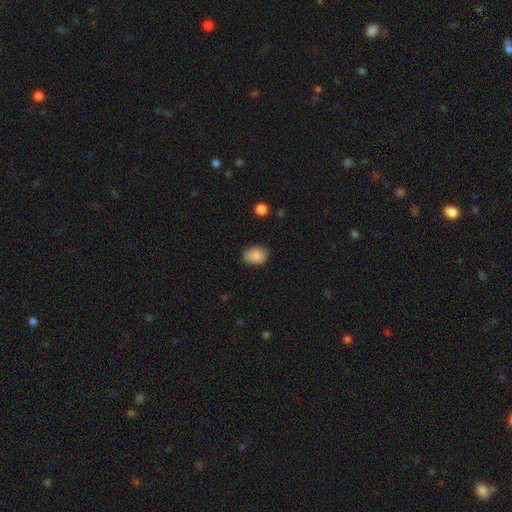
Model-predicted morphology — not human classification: Smooth or featured? smooth (86%)
How rounded? in between (71%)
Merging? none (75%)